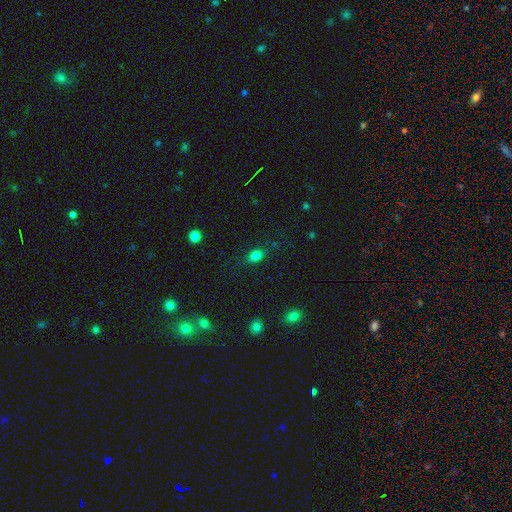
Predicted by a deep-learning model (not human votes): Morphology: type=smooth (82%); roundness=in between (69%); merging=none (80%).